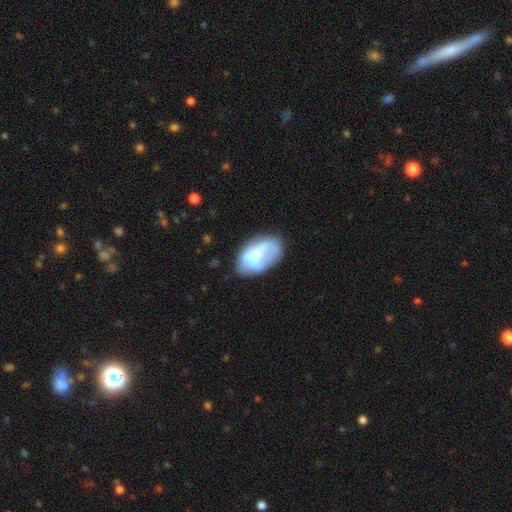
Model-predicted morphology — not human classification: smooth 48%, featured or disk 44%, star or artifact 8%. Down the decision tree: merging — none (48%).